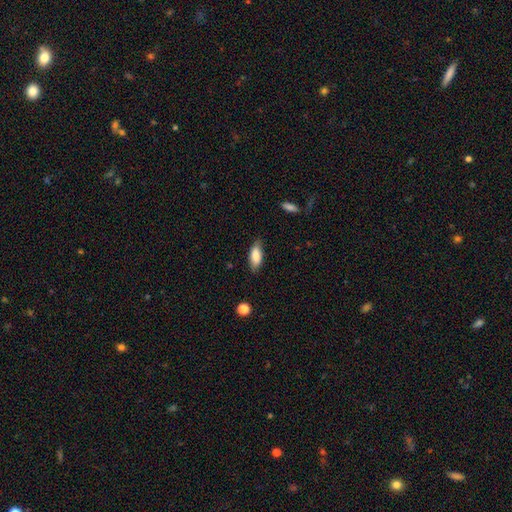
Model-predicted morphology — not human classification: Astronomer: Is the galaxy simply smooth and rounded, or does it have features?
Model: smooth — 82%.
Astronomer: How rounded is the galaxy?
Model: in between — 78%.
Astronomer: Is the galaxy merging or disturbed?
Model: none — 78%.